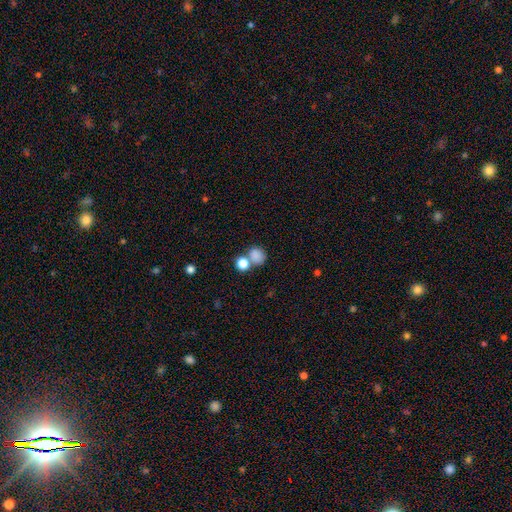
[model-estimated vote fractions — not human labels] This is clearly a smooth galaxy (81%). How rounded: likely round (74%). Merging: possibly none (50%).